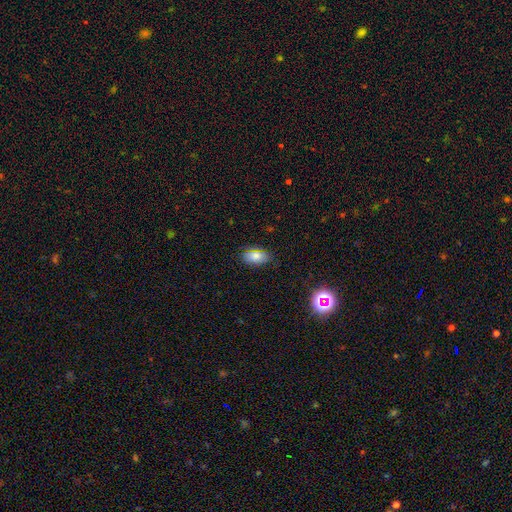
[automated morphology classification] smooth-or-featured: smooth: 79% | star or artifact: 11% | featured or disk: 10%
  how-rounded: in between: 91% | round: 6% | cigar-shaped: 3%
  merging: none: 81% | minor disturbance: 15% | major disturbance: 3% | merger: 1%